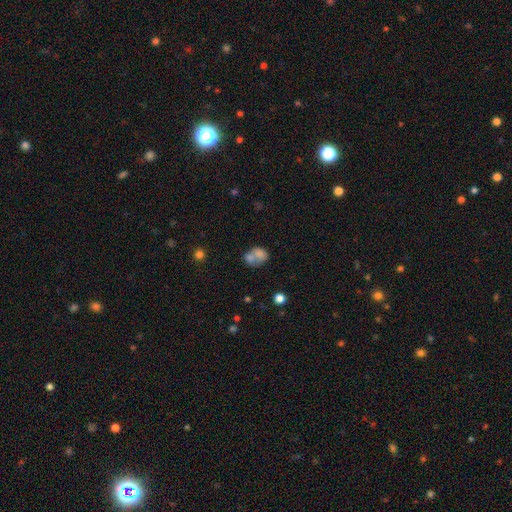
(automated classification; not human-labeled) Smooth or featured? smooth (72%)
How rounded? in between (53%)
Merging? merger (61%)